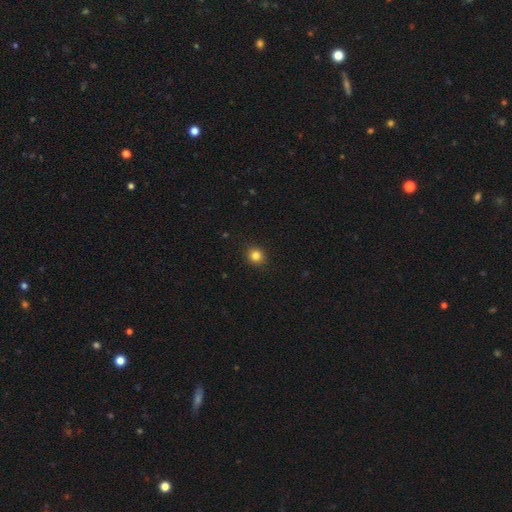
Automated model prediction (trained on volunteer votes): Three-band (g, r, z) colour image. It shows a smooth galaxy with no disk features (83%) that is round (82%). Merging: none (90%).